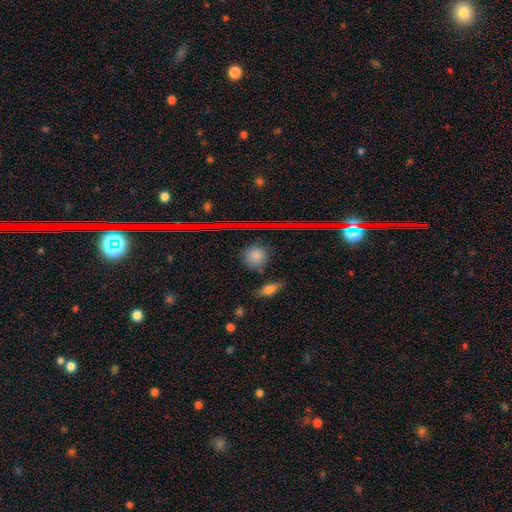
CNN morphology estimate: The model was most divided on "smooth or featured": smooth: 70%, star or artifact: 21%, featured or disk: 9%. More confident: how rounded — round (82%); merging — none (81%).